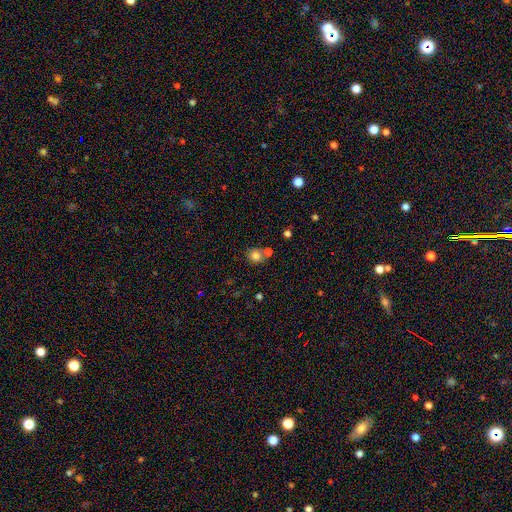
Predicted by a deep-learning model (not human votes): smooth 80%, star or artifact 11%, featured or disk 9%. Down the decision tree: how rounded — round (81%); merging — none (54%).